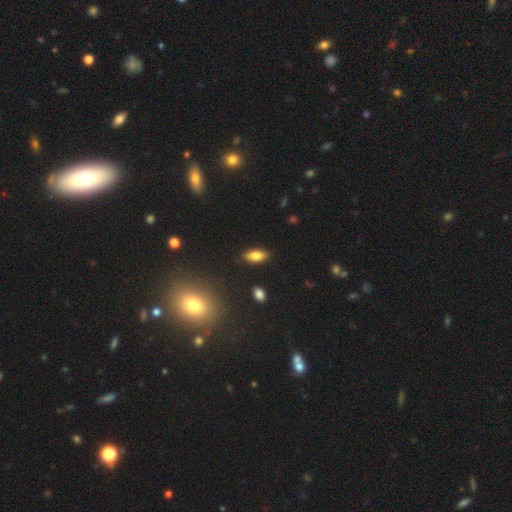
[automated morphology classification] smooth-or-featured: smooth: 78% | featured or disk: 12% | star or artifact: 9%
  how-rounded: in between: 83% | cigar-shaped: 14% | round: 3%
  merging: none: 88% | minor disturbance: 9% | major disturbance: 2% | merger: 2%